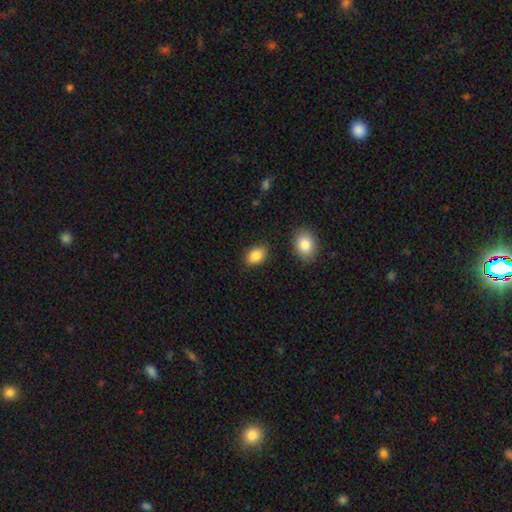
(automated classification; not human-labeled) smooth-or-featured: smooth: 87% | star or artifact: 8% | featured or disk: 5%
  how-rounded: in between: 84% | round: 15% | cigar-shaped: 1%
  merging: none: 83% | minor disturbance: 11% | merger: 3% | major disturbance: 3%